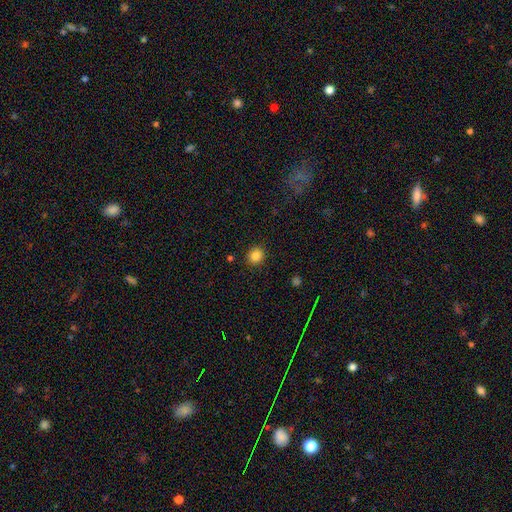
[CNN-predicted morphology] Overall: smooth (85%). How rounded: round (79%). Merging: none (90%).